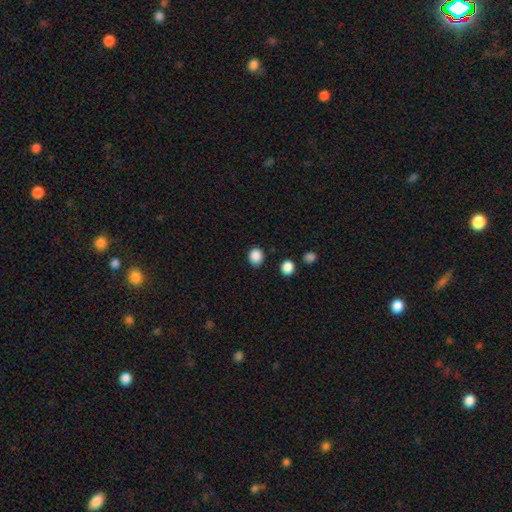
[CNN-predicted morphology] smooth 87%, star or artifact 10%, featured or disk 3%. Down the decision tree: how rounded — round (77%); merging — none (85%).